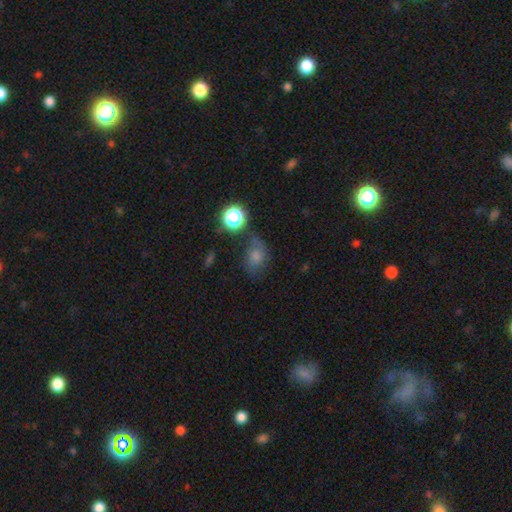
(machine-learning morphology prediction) Overall: smooth (54%; featured or disk 24%). How rounded: in between (50%; round 49%). Merging: none (55%; minor disturbance 25%).